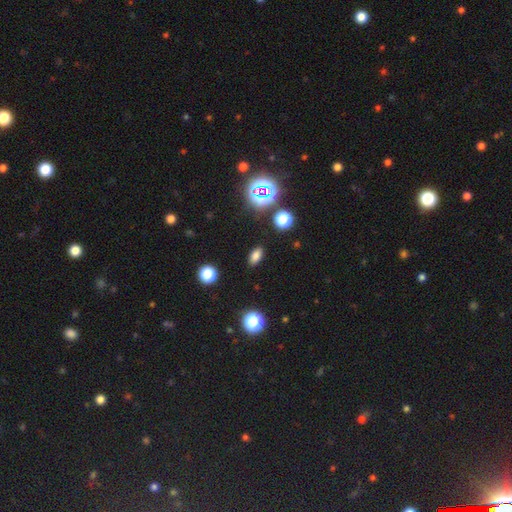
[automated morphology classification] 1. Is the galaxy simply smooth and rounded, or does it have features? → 75% smooth, 17% star or artifact, 8% featured or disk.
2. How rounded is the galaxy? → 85% in between, 9% round, 6% cigar-shaped.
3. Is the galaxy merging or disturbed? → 88% none, 8% minor disturbance, 3% major disturbance, 2% merger.